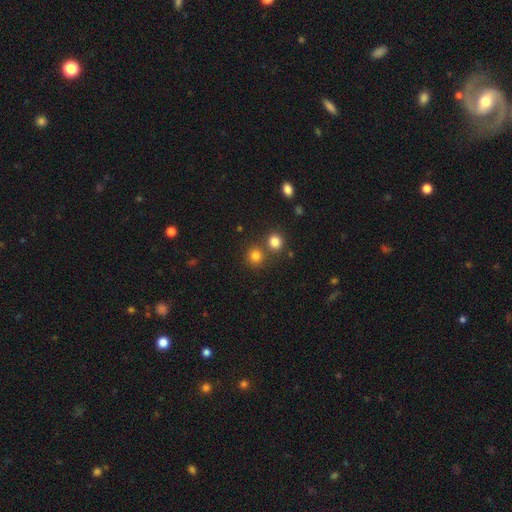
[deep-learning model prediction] Smooth or featured?
  - smooth: 80% *
  - star or artifact: 14%
  - featured or disk: 6%
How rounded?
  - round: 89% *
  - in between: 10%
  - cigar-shaped: 1%
Merging?
  - none: 69% *
  - merger: 21%
  - minor disturbance: 7%
  - major disturbance: 3%